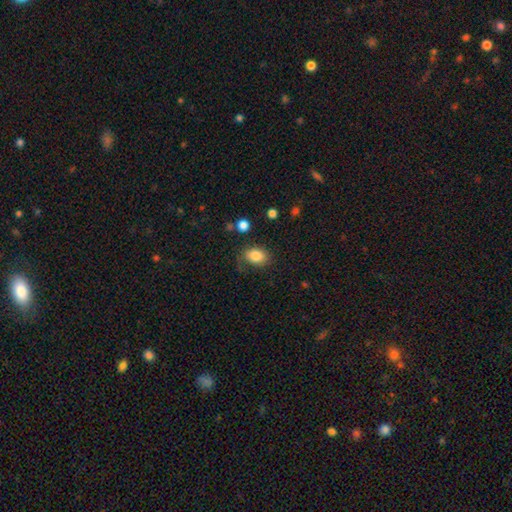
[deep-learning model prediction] Q: Smooth or featured?
A: smooth (84%); runner-up: star or artifact (9%)
Q: How rounded?
A: in between (74%); runner-up: round (25%)
Q: Merging?
A: none (71%); runner-up: minor disturbance (19%)